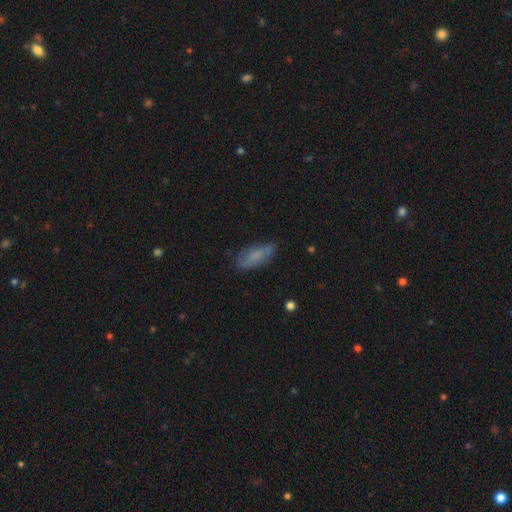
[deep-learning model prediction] A smooth galaxy with no disk features (73%) that is in between round and cigar-shaped (69%). Merging: none (76%).